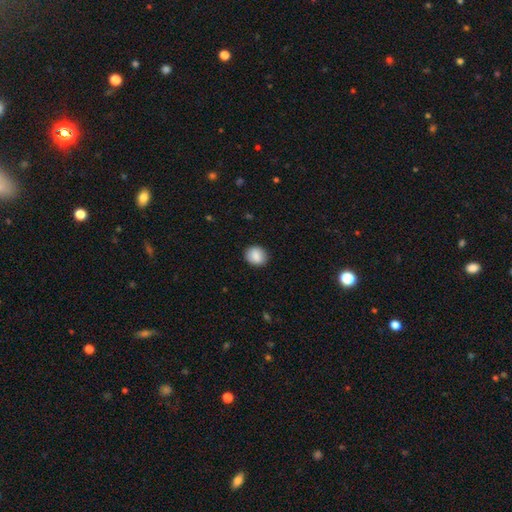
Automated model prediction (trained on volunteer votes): The model was most divided on "how rounded": round: 71%, in between: 28%, cigar-shaped: 1%. More confident: merging — none (89%); smooth or featured — smooth (88%).